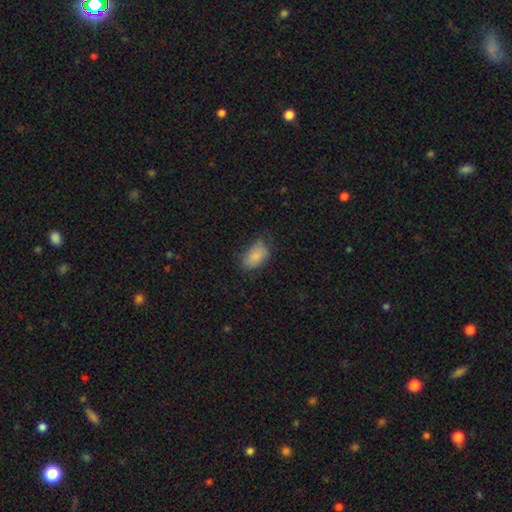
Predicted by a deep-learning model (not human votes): Smooth or featured: smooth — 84% (star or artifact — 8%)
How rounded: in between — 90% (round — 8%)
Merging: none — 56% (minor disturbance — 32%)